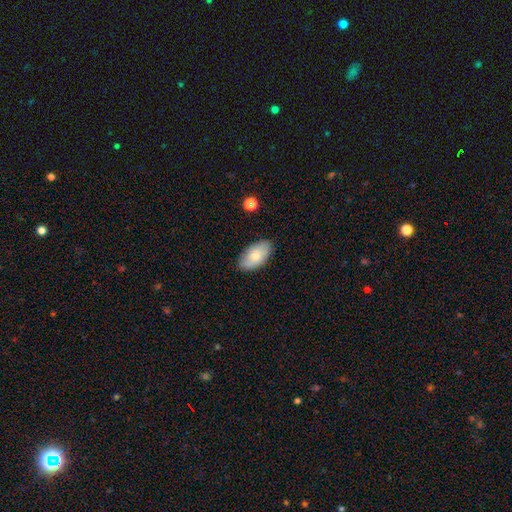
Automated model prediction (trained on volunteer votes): This appears to be a smooth galaxy with no disk features (73%) that is in between round and cigar-shaped (94%). Merging: none (84%).